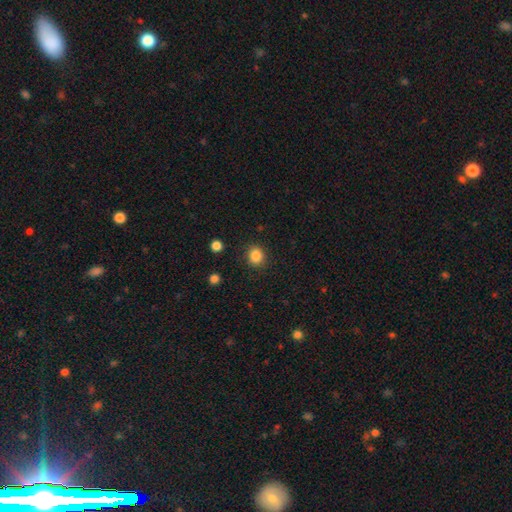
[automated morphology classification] smooth-or-featured: smooth: 86% | star or artifact: 11% | featured or disk: 4%
  how-rounded: round: 75% | in between: 24% | cigar-shaped: 1%
  merging: none: 87% | minor disturbance: 8% | major disturbance: 3% | merger: 2%